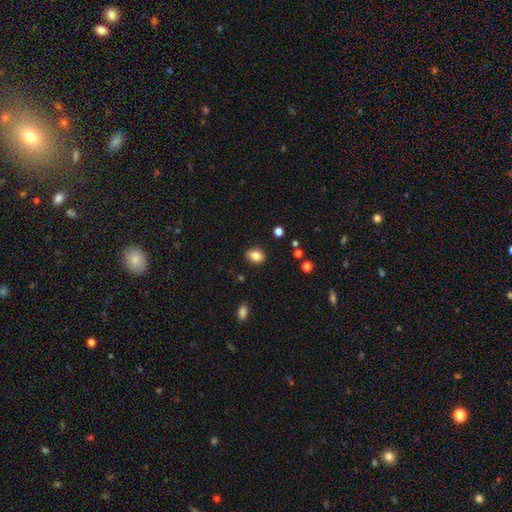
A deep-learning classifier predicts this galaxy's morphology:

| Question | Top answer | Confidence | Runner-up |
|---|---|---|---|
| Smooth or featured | smooth | 83% | star or artifact (9%) |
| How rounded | in between | 69% | round (29%) |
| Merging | none | 83% | minor disturbance (13%) |